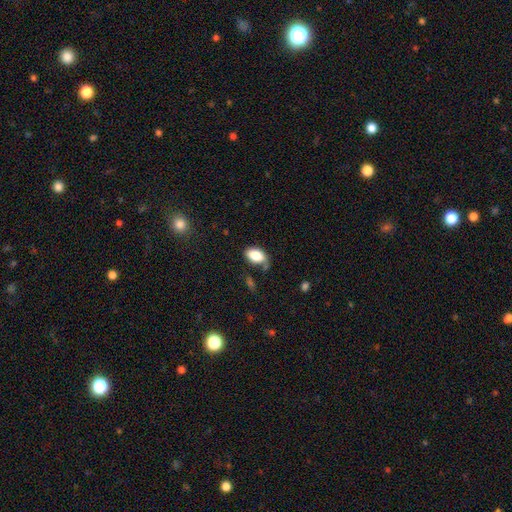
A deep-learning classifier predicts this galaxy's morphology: smooth-or-featured: smooth: 84% | featured or disk: 8% | star or artifact: 7%
  how-rounded: in between: 92% | round: 7% | cigar-shaped: 2%
  merging: none: 58% | minor disturbance: 26% | major disturbance: 9% | merger: 7%